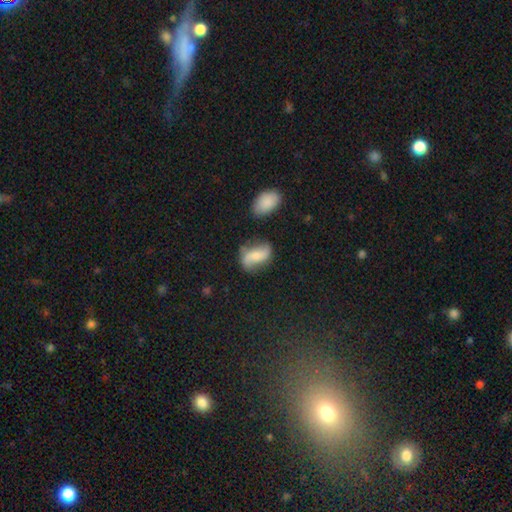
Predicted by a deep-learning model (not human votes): Smooth or featured?
  - featured or disk: 53% *
  - smooth: 38%
  - star or artifact: 9%
Edge-on disk?
  - no: 95% *
  - yes: 5%
Bar?
  - no: 47% *
  - weak: 35%
  - strong: 18%
Spiral arms?
  - yes: 86% *
  - no: 14%
Bulge size?
  - small: 36% *
  - moderate: 33%
  - none: 20%
  - large: 8%
  - dominant: 3%
Merging?
  - none: 57% *
  - minor disturbance: 25%
  - major disturbance: 12%
  - merger: 6%